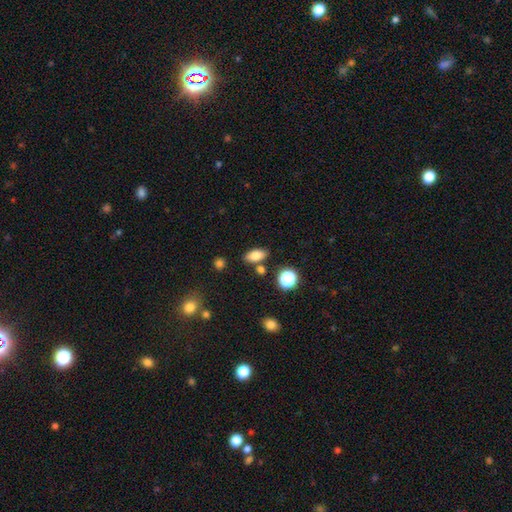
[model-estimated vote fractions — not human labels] Smooth or featured?
  - smooth: 80% *
  - star or artifact: 11%
  - featured or disk: 9%
How rounded?
  - in between: 86% *
  - round: 8%
  - cigar-shaped: 6%
Merging?
  - none: 78% *
  - minor disturbance: 11%
  - merger: 8%
  - major disturbance: 3%